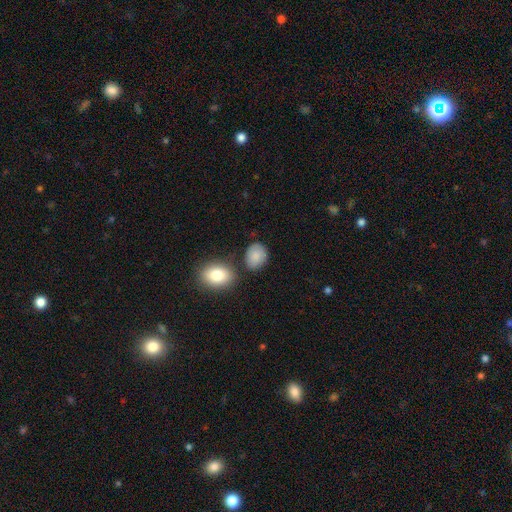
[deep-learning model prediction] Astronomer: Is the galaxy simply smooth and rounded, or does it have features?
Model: smooth — 84%.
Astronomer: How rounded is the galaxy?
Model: in between — 58% (runner-up: round, 41%).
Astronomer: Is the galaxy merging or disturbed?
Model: none — 70%.